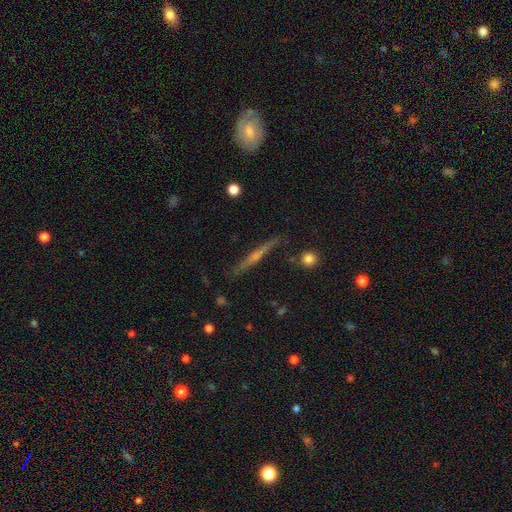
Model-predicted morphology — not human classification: The model was most divided on "edge-on bulge": rounded: 66%, none: 26%, boxy: 8%. More confident: edge-on disk — yes (97%); merging — none (86%); smooth or featured — featured or disk (71%).